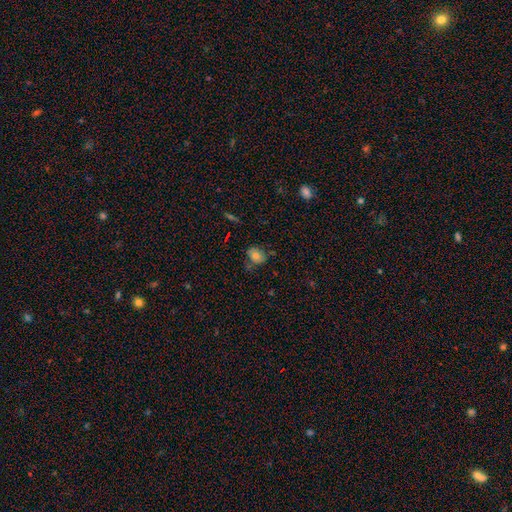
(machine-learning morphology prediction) type=smooth (74%); roundness=in between (50%); merging=none (64%).